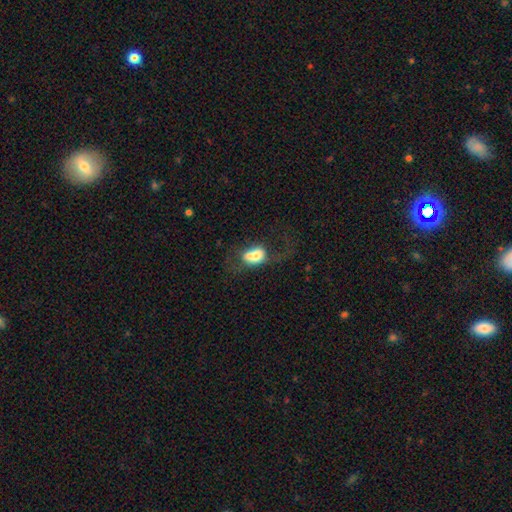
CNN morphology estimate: Smooth or featured: smooth — 63% (featured or disk — 28%)
How rounded: in between — 70% (round — 27%)
Merging: merger — 30% (major disturbance — 27%)